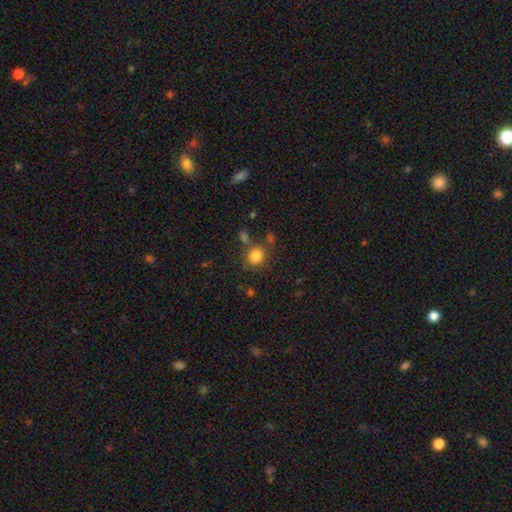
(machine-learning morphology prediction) Smooth or featured? Predicted: smooth (p=0.83). How rounded? Predicted: round (p=0.71). Merging? Predicted: none (p=0.68).